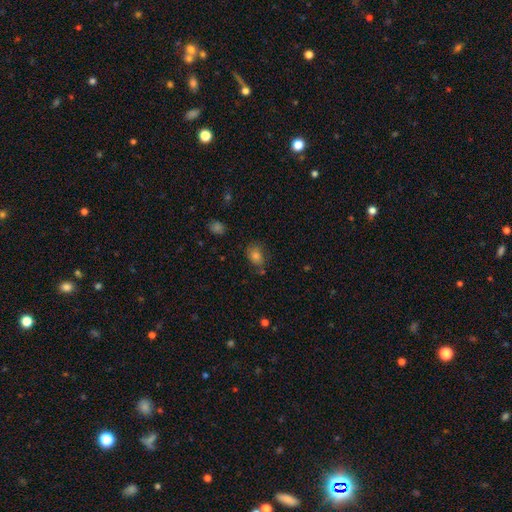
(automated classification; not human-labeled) A smooth galaxy with no disk features (77%) that is in between round and cigar-shaped (66%).

Vote fractions:
- Smooth or featured? smooth: 77% / star or artifact: 14% / featured or disk: 9%
- How rounded? in between: 66% / round: 33% / cigar-shaped: 1%
- Merging? none: 69% / minor disturbance: 20% / major disturbance: 6% / merger: 5%